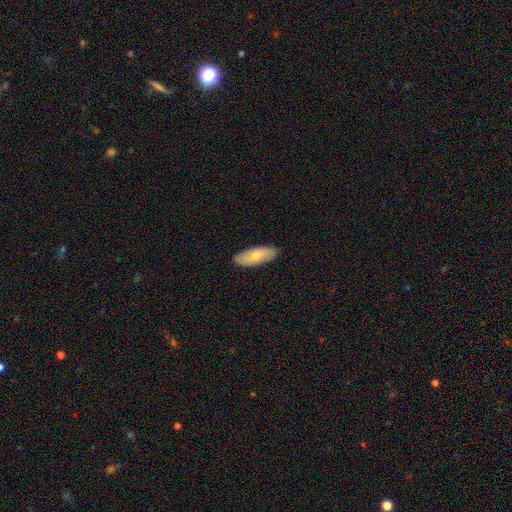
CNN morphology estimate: The model was most divided on "smooth or featured": smooth: 71%, featured or disk: 24%, star or artifact: 5%. More confident: merging — none (88%); how rounded — in between (79%).